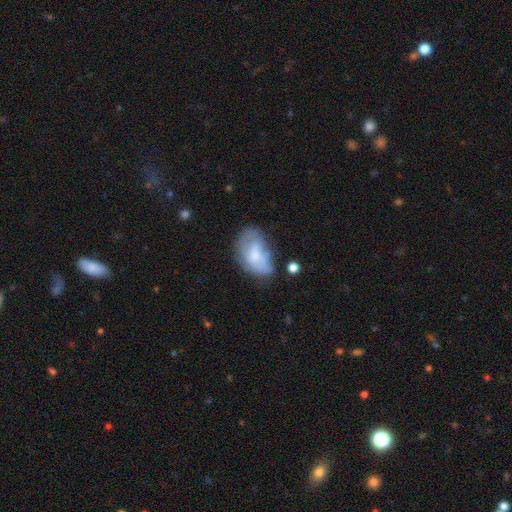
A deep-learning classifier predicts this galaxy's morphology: This appears to be a smooth galaxy with no disk features (59%) that is in between round and cigar-shaped (91%). Merging: none (43%).